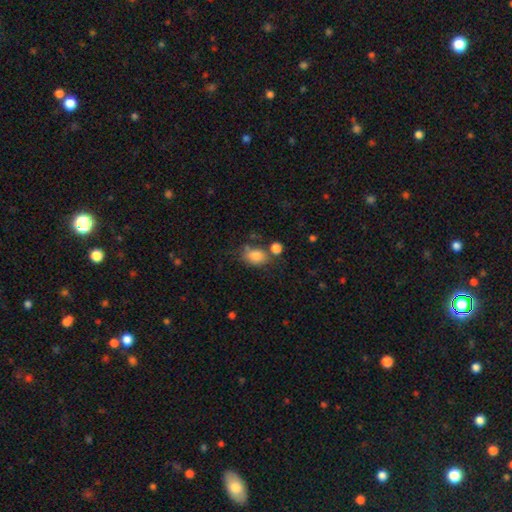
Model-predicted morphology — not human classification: Overall: smooth (81%). How rounded: in between (69%; round 30%). Merging: none (55%; minor disturbance 21%).